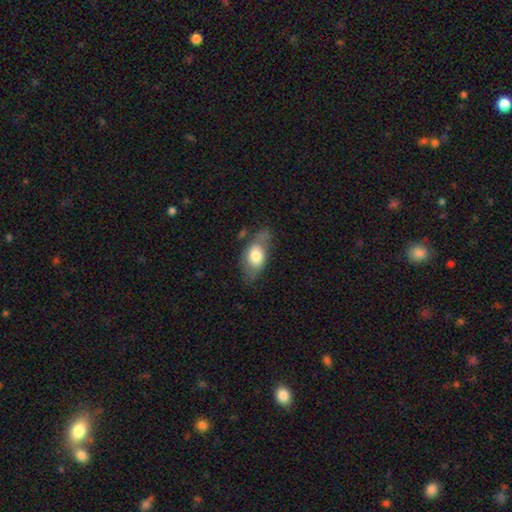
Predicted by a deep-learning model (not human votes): This appears to be a smooth galaxy with no disk features (68%) that is in between round and cigar-shaped (85%). Merging: none (54%).